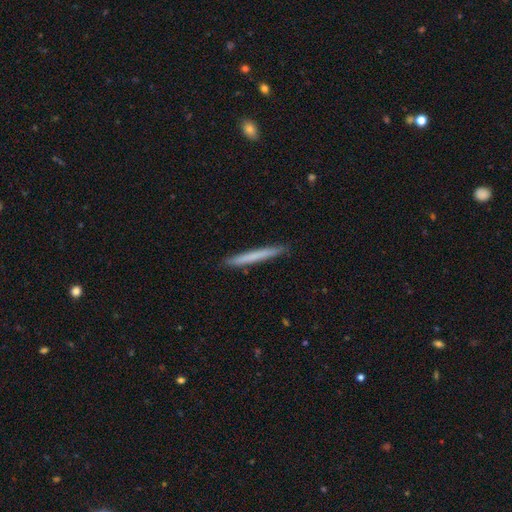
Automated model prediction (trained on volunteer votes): Morphology: type=smooth (66%); roundness=cigar-shaped (97%); merging=none (91%).